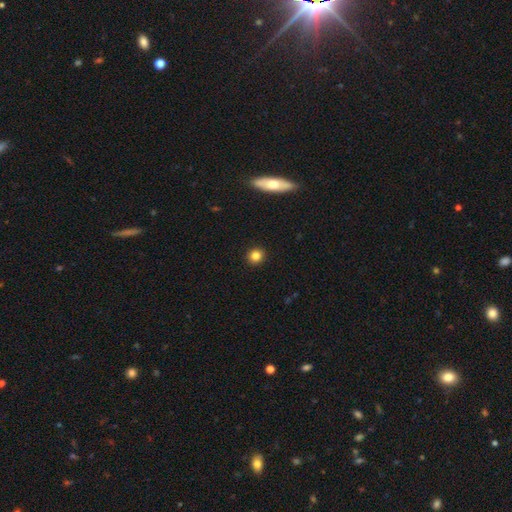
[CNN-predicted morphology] Smooth or featured? Predicted: smooth (p=0.83). How rounded? Predicted: round (p=0.92). Merging? Predicted: none (p=0.93).